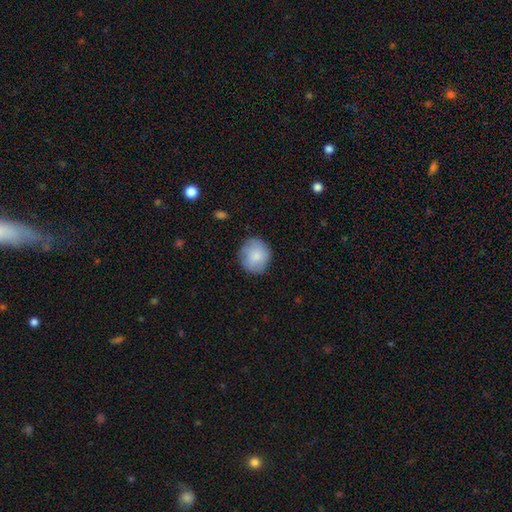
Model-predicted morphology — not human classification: smooth 81%, featured or disk 12%, star or artifact 7%. Down the decision tree: how rounded — round (86%); merging — none (82%).